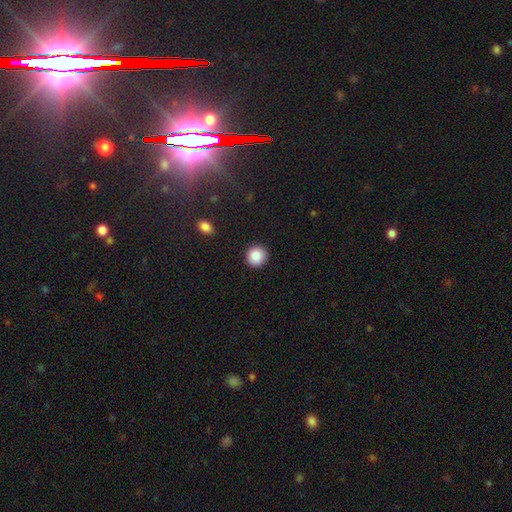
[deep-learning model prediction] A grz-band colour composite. It shows a smooth galaxy with no disk features (86%) that is round (93%). Merging: none (91%).